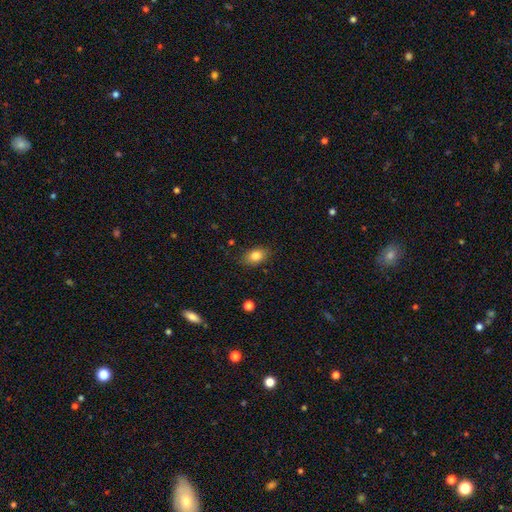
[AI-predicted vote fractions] Overall: smooth (83%). How rounded: in between (81%). Merging: none (81%).